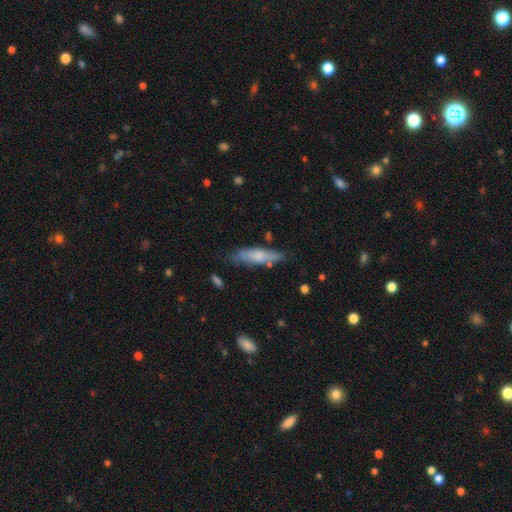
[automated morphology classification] This is possibly a smooth galaxy (55%). How rounded: likely cigar-shaped (73%). Merging: likely none (75%).